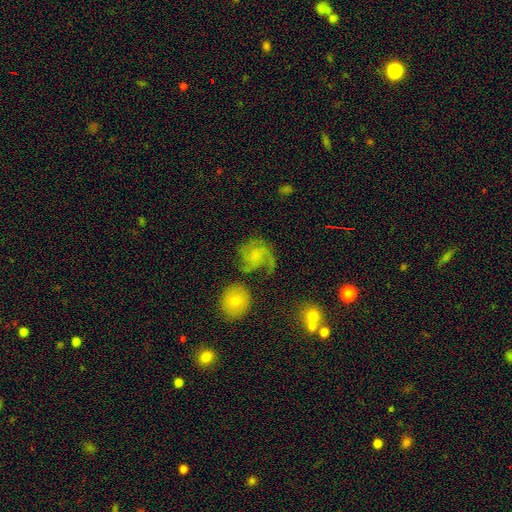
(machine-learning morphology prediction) Overall: featured or disk (71%). Edge-on disk: no (98%). Bar: no (70%). Spiral arms: yes (93%). Spiral arm count: 3 (36%; 2 25%). Spiral winding: medium (47%; loose 30%). Bulge size: small (54%; moderate 22%). Merging: none (48%; major disturbance 25%).